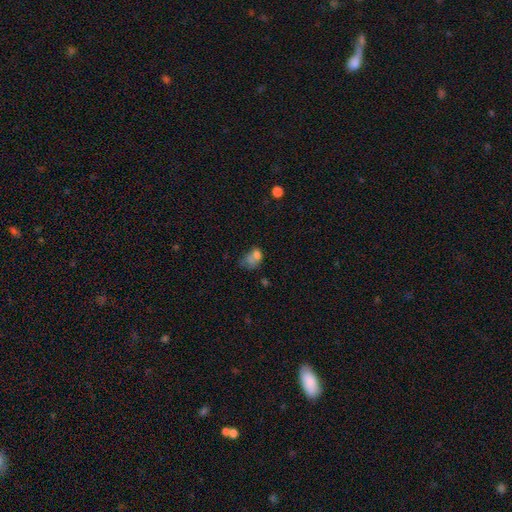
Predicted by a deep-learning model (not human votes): Smooth or featured? smooth (63%)
How rounded? in between (68%)
Merging? merger (31%)